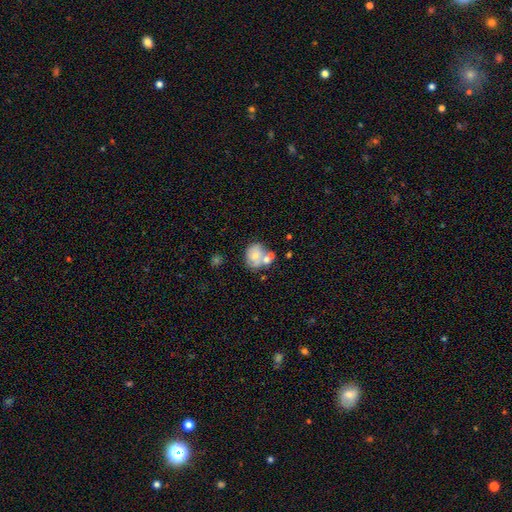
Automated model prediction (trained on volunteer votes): A smooth galaxy with no disk features (54%) that is round (67%).

Vote fractions:
- Smooth or featured? smooth: 54% / featured or disk: 37% / star or artifact: 9%
- How rounded? round: 67% / in between: 32% / cigar-shaped: 1%
- Merging? none: 39% / merger: 36% / minor disturbance: 18% / major disturbance: 8%